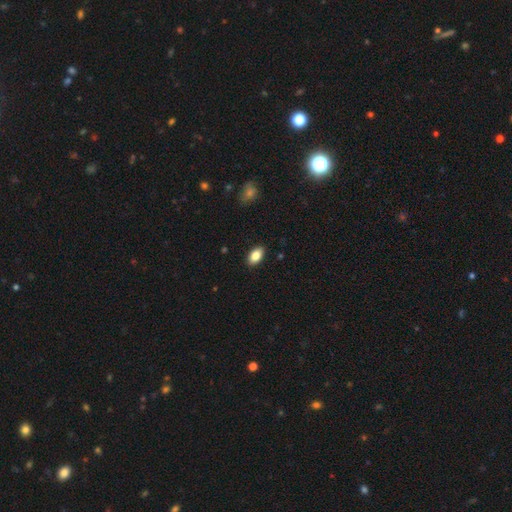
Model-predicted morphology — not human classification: smooth 84%, featured or disk 9%, star or artifact 7%. Down the decision tree: how rounded — in between (92%); merging — none (89%).